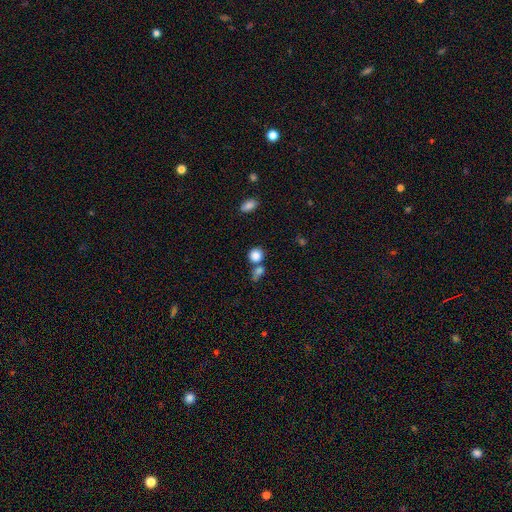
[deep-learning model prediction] smooth 84%, star or artifact 10%, featured or disk 6%. Down the decision tree: how rounded — round (85%); merging — none (55%).